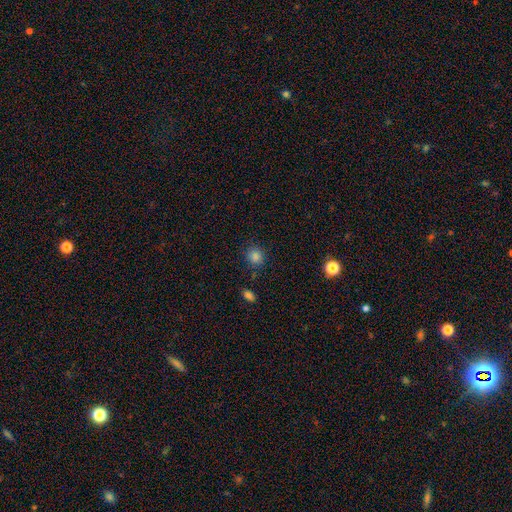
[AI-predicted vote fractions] smooth-or-featured: smooth: 83% | star or artifact: 12% | featured or disk: 5%
  how-rounded: round: 84% | in between: 15% | cigar-shaped: 1%
  merging: none: 85% | minor disturbance: 9% | major disturbance: 3% | merger: 3%